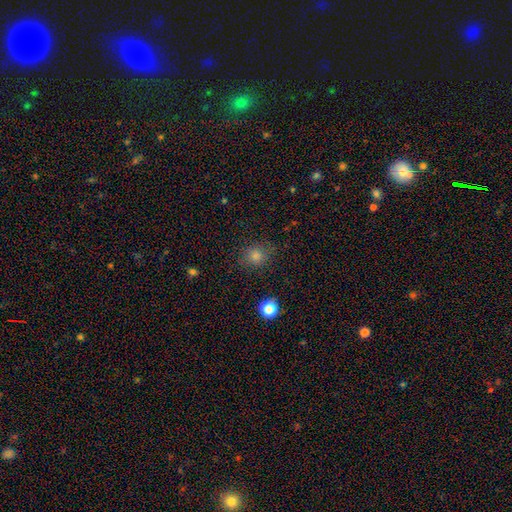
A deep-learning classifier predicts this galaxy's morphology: The model was most divided on "how rounded": round: 77%, in between: 22%, cigar-shaped: 1%. More confident: merging — none (83%); smooth or featured — smooth (76%).